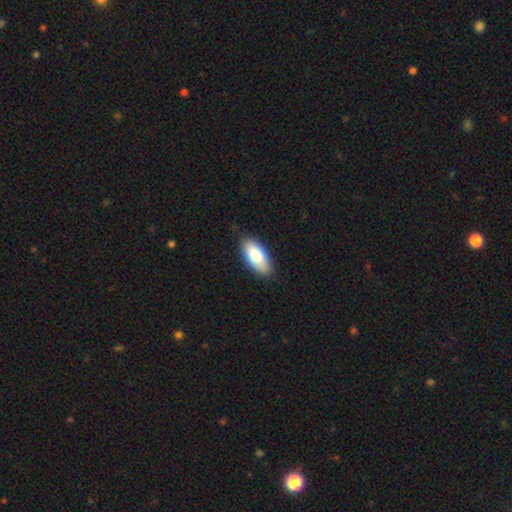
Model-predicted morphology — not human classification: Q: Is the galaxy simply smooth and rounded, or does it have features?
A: smooth — 84%.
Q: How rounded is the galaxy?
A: in between — 90%.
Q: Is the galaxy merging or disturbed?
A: none — 85%.